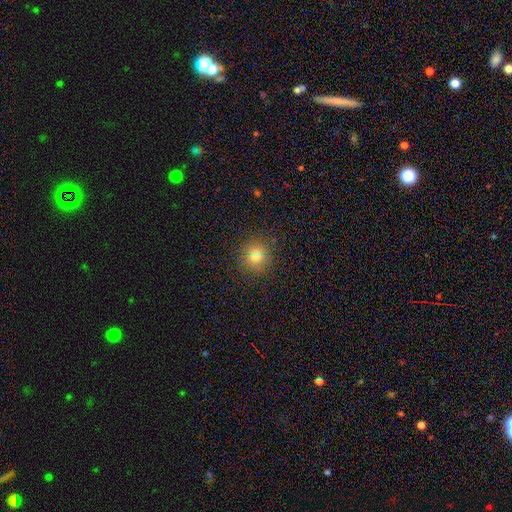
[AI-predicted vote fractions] Smooth or featured? smooth (72%)
How rounded? round (90%)
Merging? none (87%)